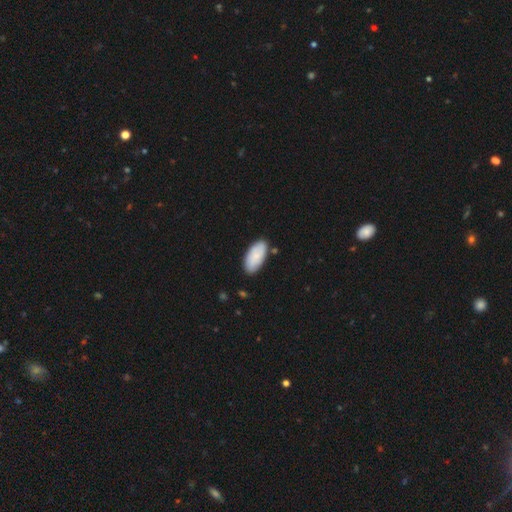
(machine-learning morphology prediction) A smooth galaxy with no disk features (80%) that is in between round and cigar-shaped (93%). Merging: none (80%).